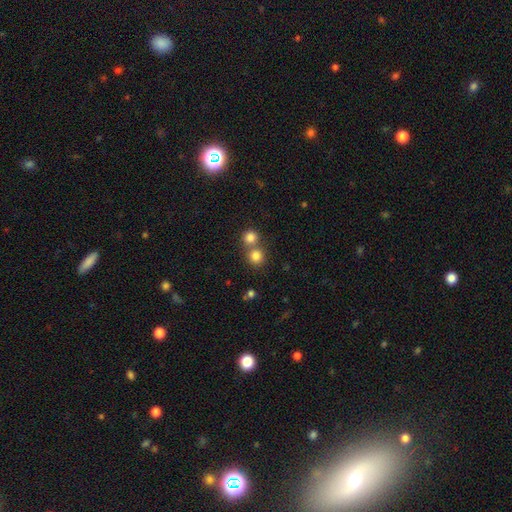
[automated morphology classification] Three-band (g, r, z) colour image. It shows a smooth galaxy with no disk features (81%) that is round (90%). Merging: none (58%).